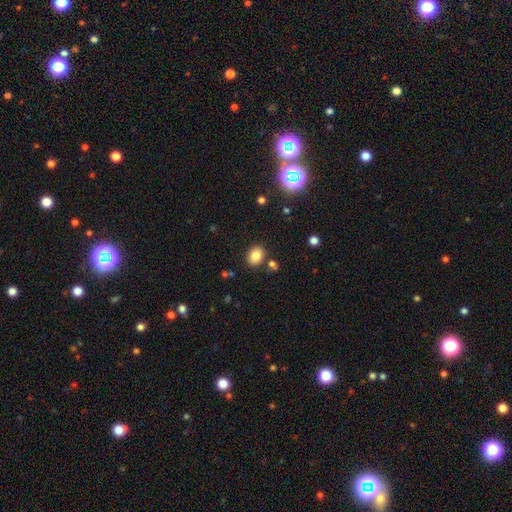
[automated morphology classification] This is clearly a smooth galaxy (82%). How rounded: likely in between (61%). Merging: clearly none (81%).